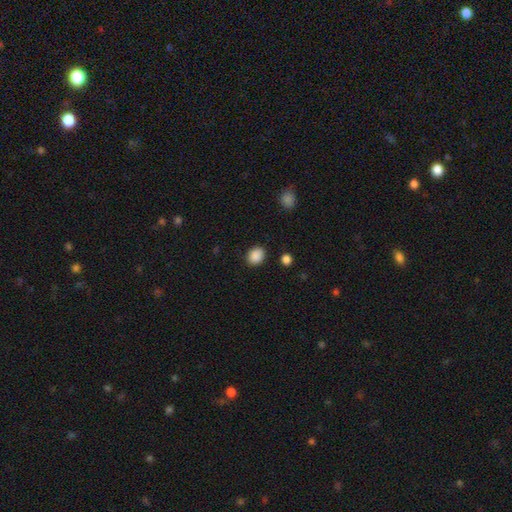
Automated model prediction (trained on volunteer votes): Overall: smooth (89%). How rounded: round (59%; in between 40%). Merging: none (87%).